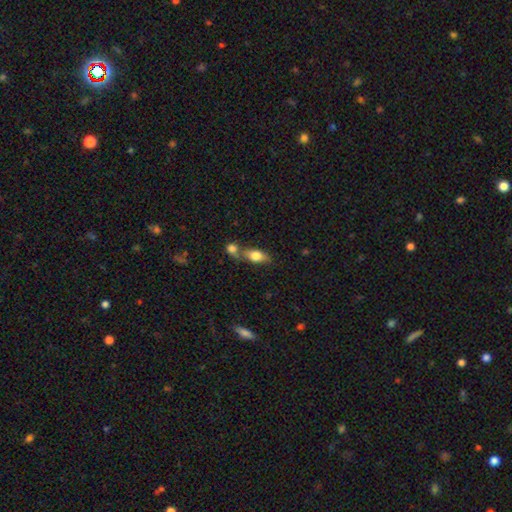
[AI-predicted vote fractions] Smooth or featured? Predicted: smooth (p=0.77). How rounded? Predicted: in between (p=0.80). Merging? Predicted: merger (p=0.43).